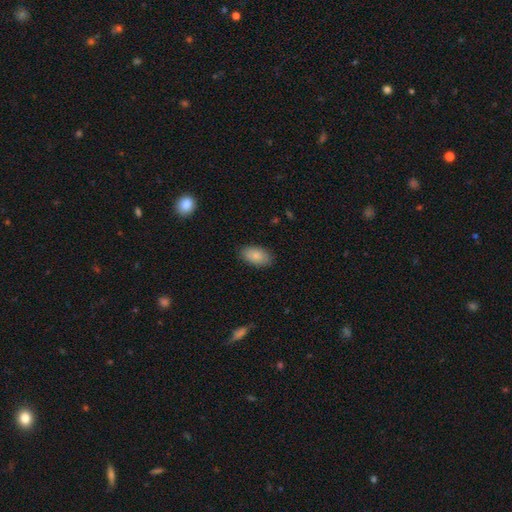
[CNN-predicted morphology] Smooth or featured? smooth (86%)
How rounded? in between (94%)
Merging? none (87%)